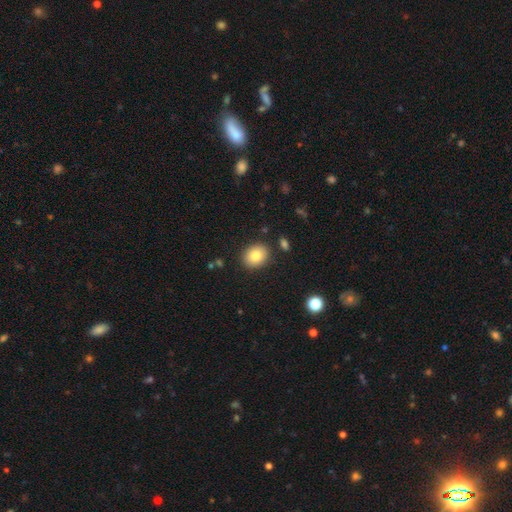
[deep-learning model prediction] Smooth or featured? smooth (83%)
How rounded? in between (50%)
Merging? none (87%)